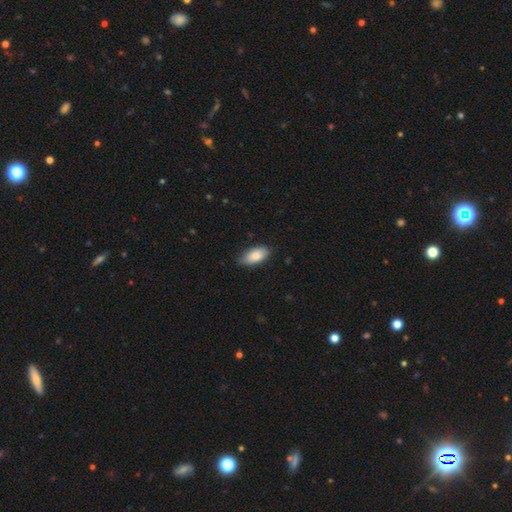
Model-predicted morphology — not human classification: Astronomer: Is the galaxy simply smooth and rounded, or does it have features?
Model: smooth — 84%.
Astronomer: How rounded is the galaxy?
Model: in between — 92%.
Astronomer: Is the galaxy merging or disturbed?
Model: none — 79%.